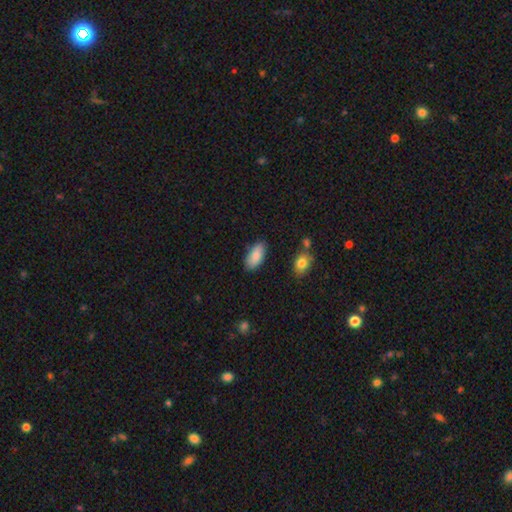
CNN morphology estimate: Overall: smooth (87%). How rounded: in between (90%). Merging: none (81%).